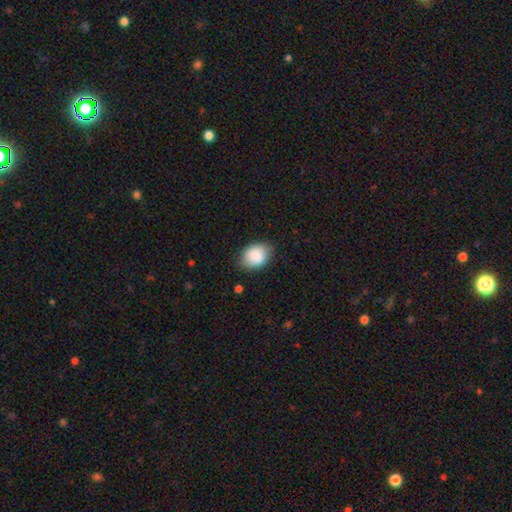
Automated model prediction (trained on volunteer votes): smooth_or_featured: smooth (p=0.86) [alt: featured or disk p=0.07]
how_rounded: in between (p=0.69) [alt: round p=0.30]
merging: none (p=0.79) [alt: minor disturbance p=0.16]